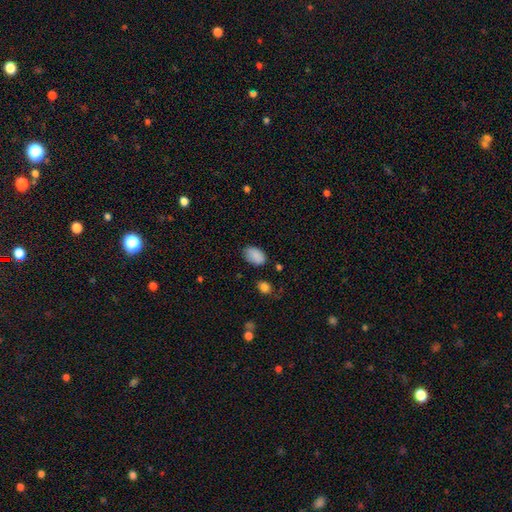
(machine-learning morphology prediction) This appears to be a smooth galaxy with no disk features (88%) that is in between round and cigar-shaped (89%). Merging: none (76%).